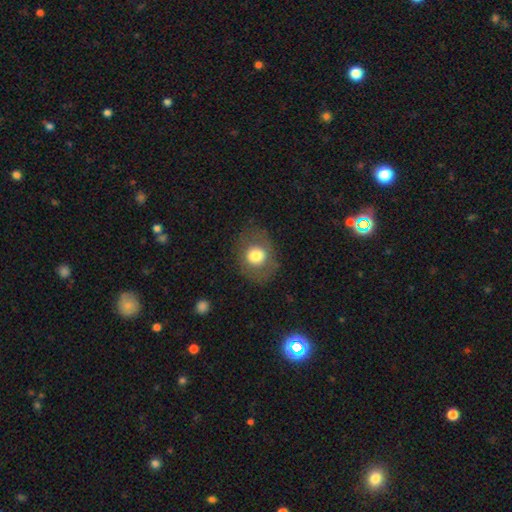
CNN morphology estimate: This is likely a smooth galaxy (69%). How rounded: likely round (61%). Merging: likely none (77%).